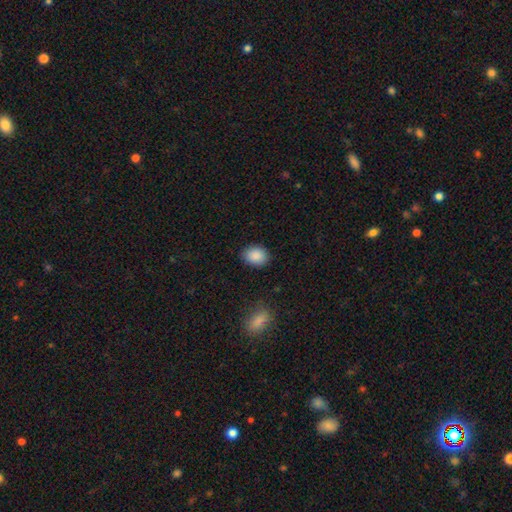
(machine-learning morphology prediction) smooth_or_featured: smooth (p=0.89) [alt: star or artifact p=0.08]
how_rounded: in between (p=0.63) [alt: round p=0.36]
merging: none (p=0.85) [alt: minor disturbance p=0.11]